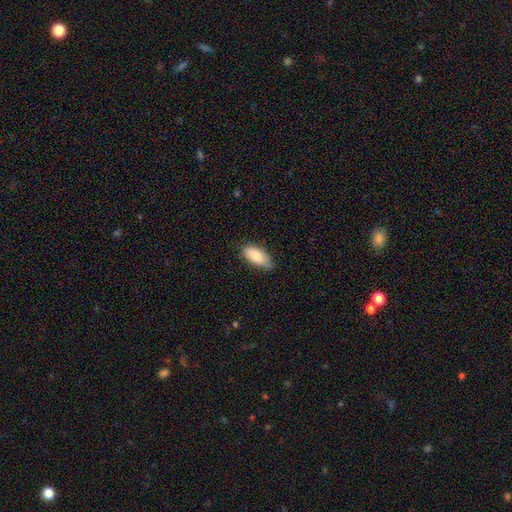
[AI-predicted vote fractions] A smooth galaxy with no disk features (85%) that is in between round and cigar-shaped (89%).

Vote fractions:
- Smooth or featured? smooth: 85% / featured or disk: 9% / star or artifact: 6%
- How rounded? in between: 89% / cigar-shaped: 9% / round: 2%
- Merging? none: 68% / minor disturbance: 27% / major disturbance: 4% / merger: 1%